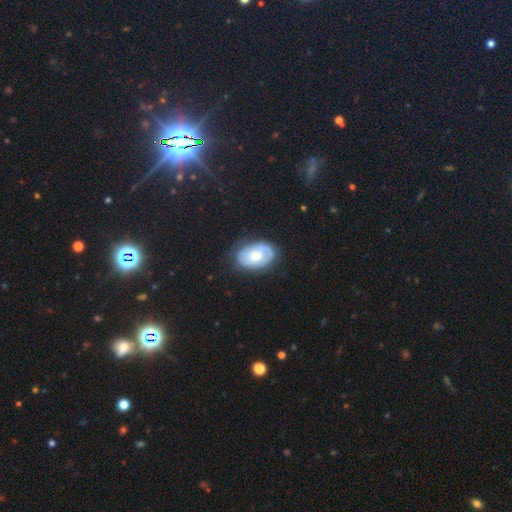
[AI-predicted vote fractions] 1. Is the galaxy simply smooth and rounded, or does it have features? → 54% featured or disk, 40% smooth, 6% star or artifact.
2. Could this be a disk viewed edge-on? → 95% no, 5% yes.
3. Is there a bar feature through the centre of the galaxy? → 82% no, 15% weak, 3% strong.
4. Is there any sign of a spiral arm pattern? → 64% yes, 36% no.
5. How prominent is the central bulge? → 60% moderate, 27% small, 9% large, 2% none, 1% dominant.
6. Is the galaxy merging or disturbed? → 71% none, 21% minor disturbance, 7% major disturbance, 1% merger.